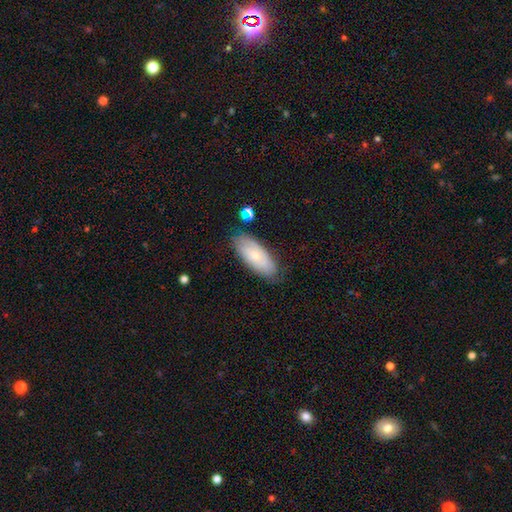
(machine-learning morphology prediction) A smooth galaxy with no disk features (63%) that is in between round and cigar-shaped (83%).

Vote fractions:
- Smooth or featured? smooth: 63% / featured or disk: 31% / star or artifact: 7%
- How rounded? in between: 83% / cigar-shaped: 15% / round: 2%
- Merging? none: 78% / minor disturbance: 17% / major disturbance: 3% / merger: 2%